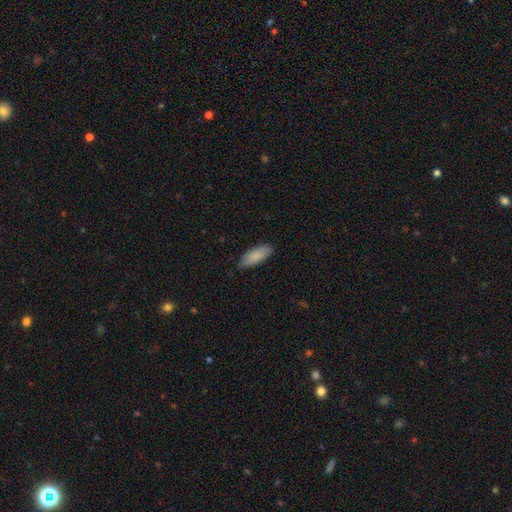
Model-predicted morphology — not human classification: Smooth or featured?
  - smooth: 86% *
  - featured or disk: 9%
  - star or artifact: 5%
How rounded?
  - in between: 81% *
  - cigar-shaped: 17%
  - round: 2%
Merging?
  - none: 80% *
  - minor disturbance: 16%
  - major disturbance: 2%
  - merger: 1%